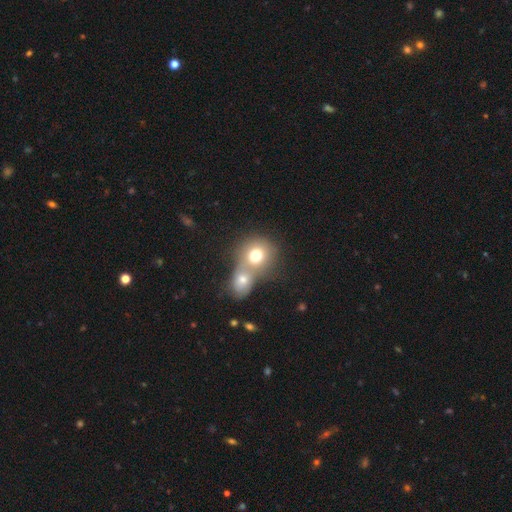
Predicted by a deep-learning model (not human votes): Q: Smooth or featured?
A: smooth (72%); runner-up: featured or disk (17%)
Q: How rounded?
A: round (76%); runner-up: in between (23%)
Q: Merging?
A: merger (61%); runner-up: none (28%)